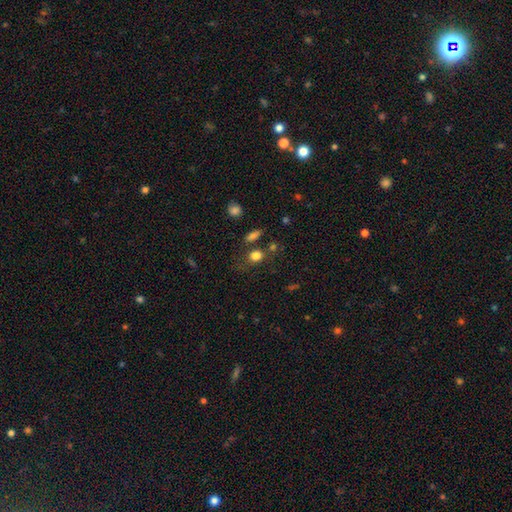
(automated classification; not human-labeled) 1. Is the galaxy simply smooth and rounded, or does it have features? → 81% smooth, 14% star or artifact, 6% featured or disk.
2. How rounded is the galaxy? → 55% round, 43% in between, 2% cigar-shaped.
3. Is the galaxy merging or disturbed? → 63% none, 17% minor disturbance, 11% merger, 9% major disturbance.